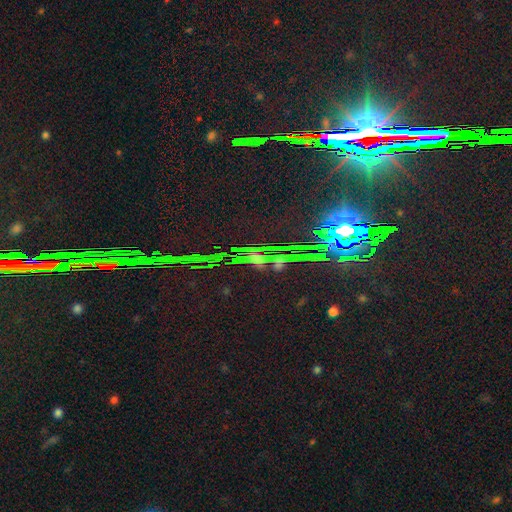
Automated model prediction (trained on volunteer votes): Smooth or featured?
  - star or artifact: 71% *
  - smooth: 16%
  - featured or disk: 14%